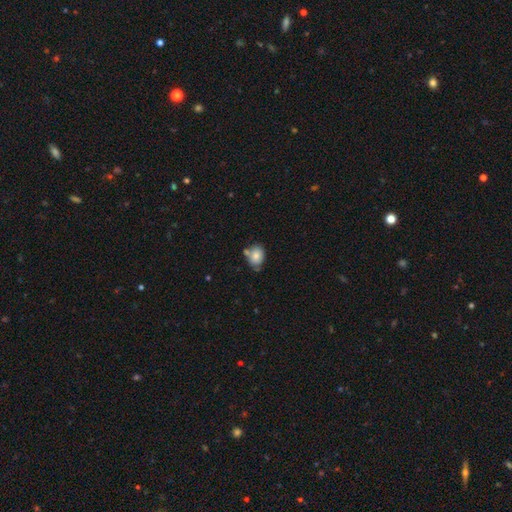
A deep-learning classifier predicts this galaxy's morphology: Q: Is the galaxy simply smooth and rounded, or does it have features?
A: smooth — 81%.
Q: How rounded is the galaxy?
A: in between — 61%.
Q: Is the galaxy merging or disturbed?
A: none — 60%.